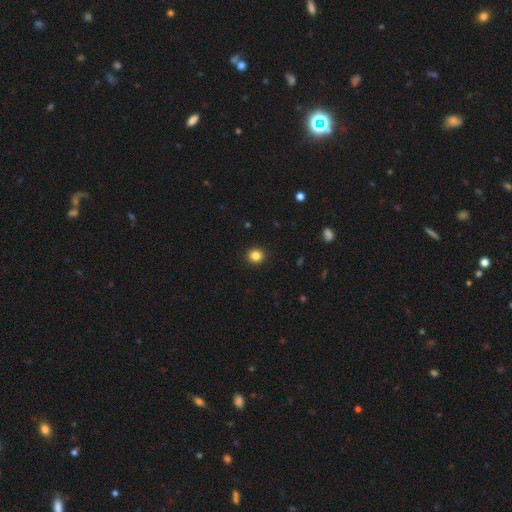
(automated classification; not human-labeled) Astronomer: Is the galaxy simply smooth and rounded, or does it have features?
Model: smooth — 84%.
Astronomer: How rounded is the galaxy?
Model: round — 91%.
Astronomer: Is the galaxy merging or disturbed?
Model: none — 92%.